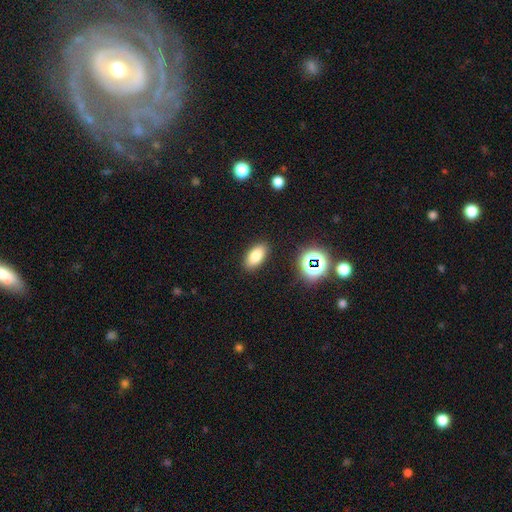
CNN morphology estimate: Overall: smooth (77%). How rounded: in between (89%). Merging: none (87%).